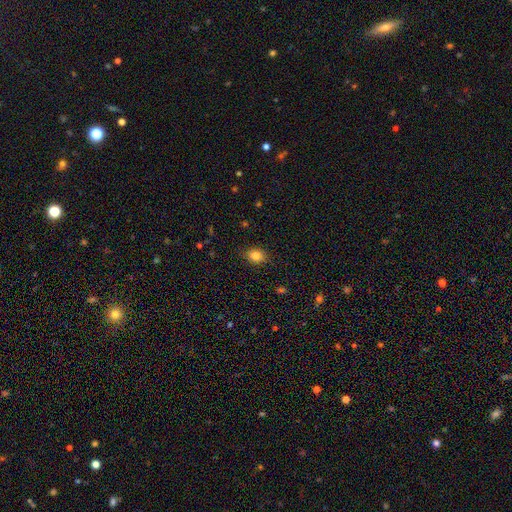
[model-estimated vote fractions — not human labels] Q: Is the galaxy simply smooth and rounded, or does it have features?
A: smooth — 85%.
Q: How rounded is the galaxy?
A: in between — 57%.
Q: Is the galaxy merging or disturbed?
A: none — 85%.